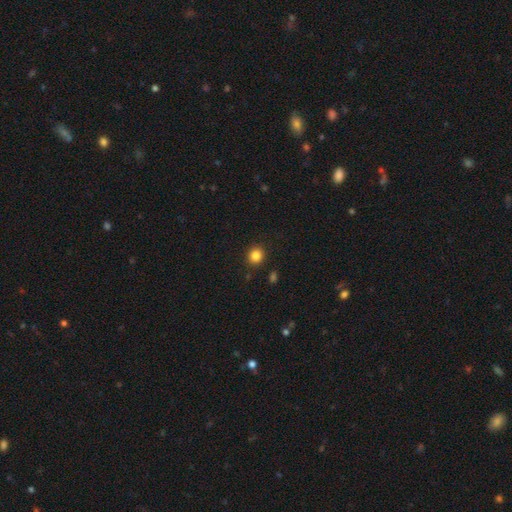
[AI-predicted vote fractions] Overall: smooth (84%). How rounded: round (86%). Merging: none (90%).